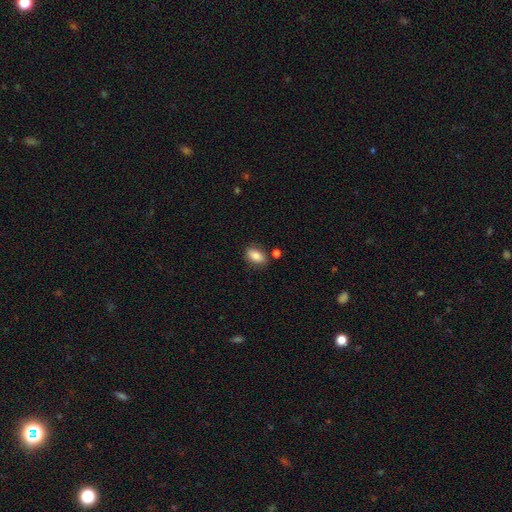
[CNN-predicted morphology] Smooth or featured? smooth (82%)
How rounded? in between (88%)
Merging? none (76%)